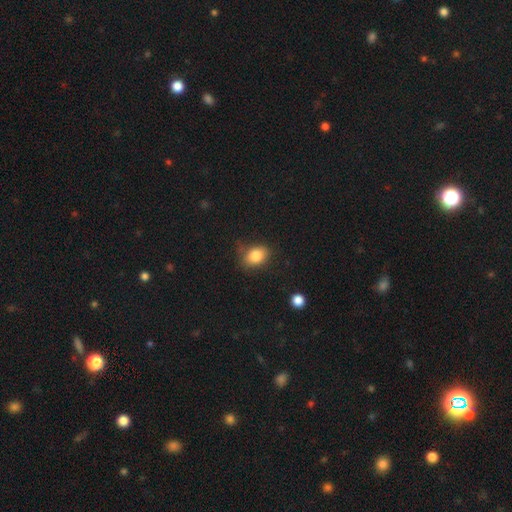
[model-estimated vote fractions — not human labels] The model was most divided on "how rounded": in between: 63%, round: 35%, cigar-shaped: 1%. More confident: smooth or featured — smooth (83%); merging — none (69%).